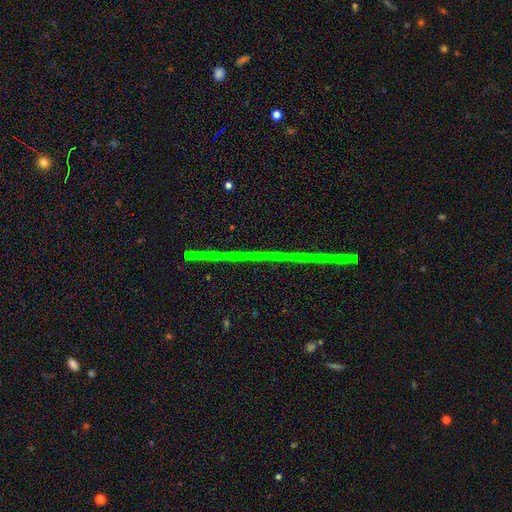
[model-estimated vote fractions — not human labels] Smooth or featured?
  - star or artifact: 79% *
  - featured or disk: 14%
  - smooth: 7%